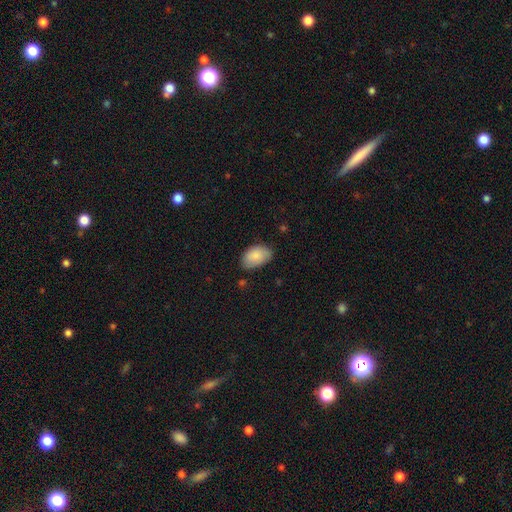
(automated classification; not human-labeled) This appears to be a smooth galaxy with no disk features (86%) that is in between round and cigar-shaped (92%). Merging: none (68%).